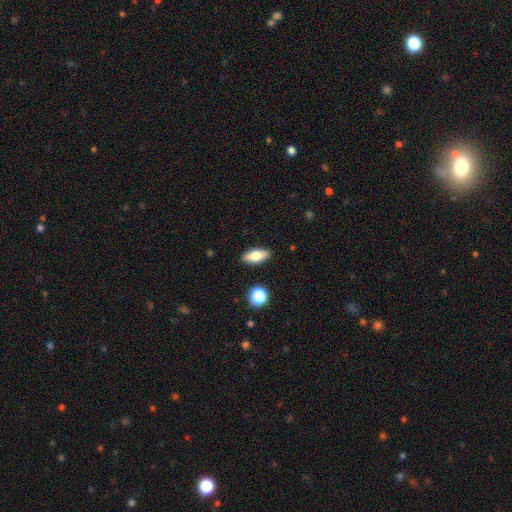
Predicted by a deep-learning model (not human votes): Smooth or featured? smooth (71%)
How rounded? in between (78%)
Merging? none (88%)